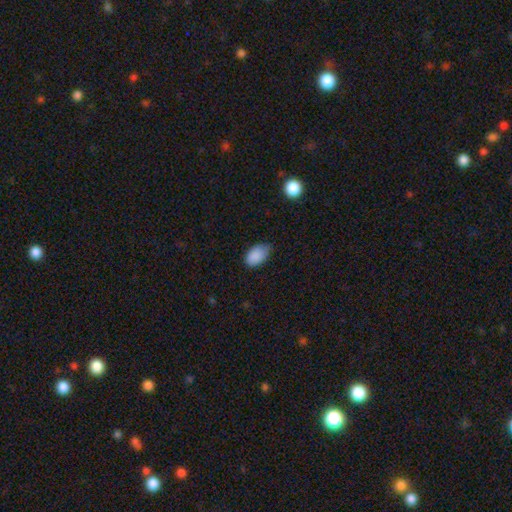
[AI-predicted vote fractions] Overall: smooth (88%). How rounded: in between (91%). Merging: none (57%; minor disturbance 37%).